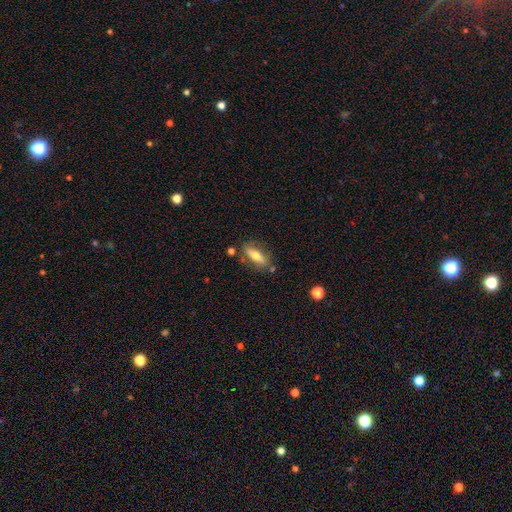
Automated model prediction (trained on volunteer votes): Smooth or featured? smooth (62%)
How rounded? in between (61%)
Merging? none (74%)